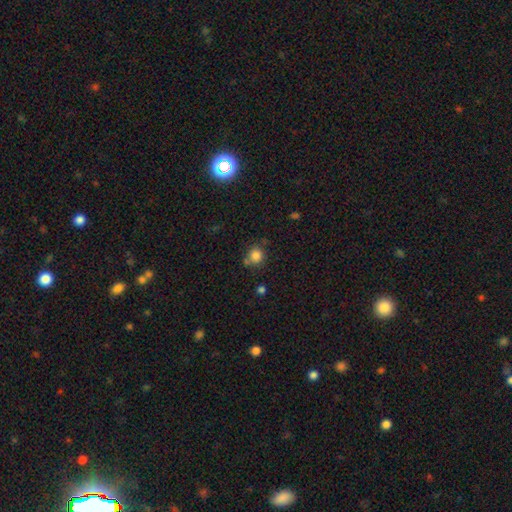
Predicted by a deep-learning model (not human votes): Smooth or featured? Predicted: smooth (p=0.83). How rounded? Predicted: round (p=0.88). Merging? Predicted: none (p=0.69).